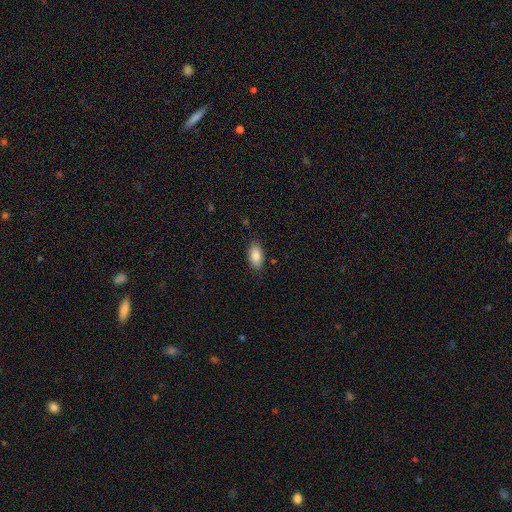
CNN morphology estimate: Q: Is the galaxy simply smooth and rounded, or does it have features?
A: smooth — 86%.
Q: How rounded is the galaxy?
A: in between — 91%.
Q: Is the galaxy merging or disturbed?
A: none — 85%.